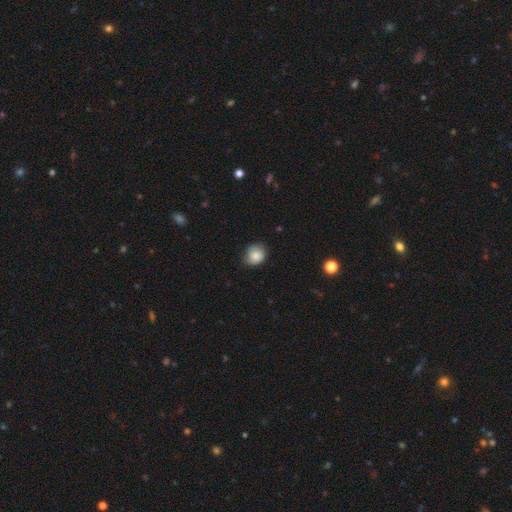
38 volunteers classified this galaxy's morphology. type=smooth (95%); roundness=round (72%); merging=none (59%).